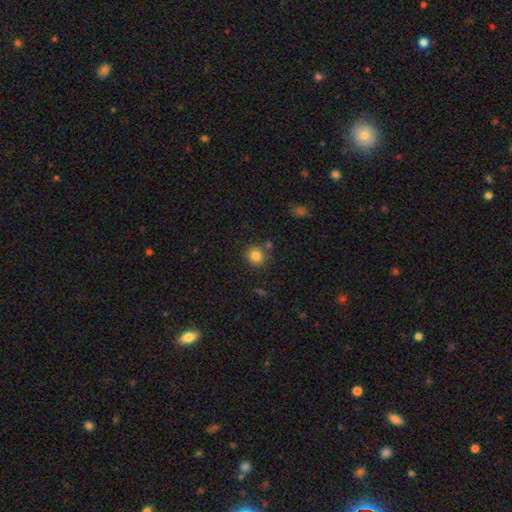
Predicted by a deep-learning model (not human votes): Smooth or featured? smooth (84%)
How rounded? round (91%)
Merging? none (80%)